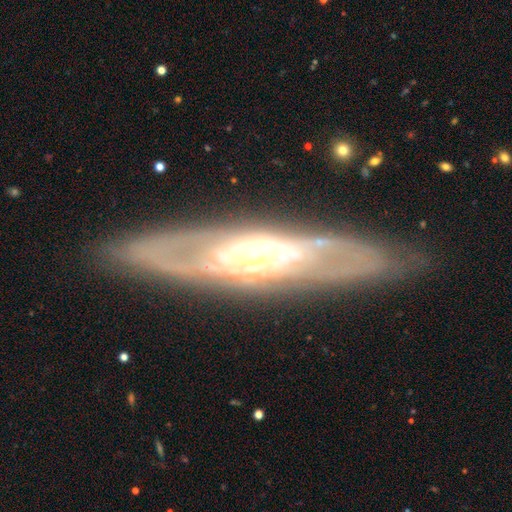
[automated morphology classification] type=featured or disk (81%); edge-on=no (62%); merging=none (83%).